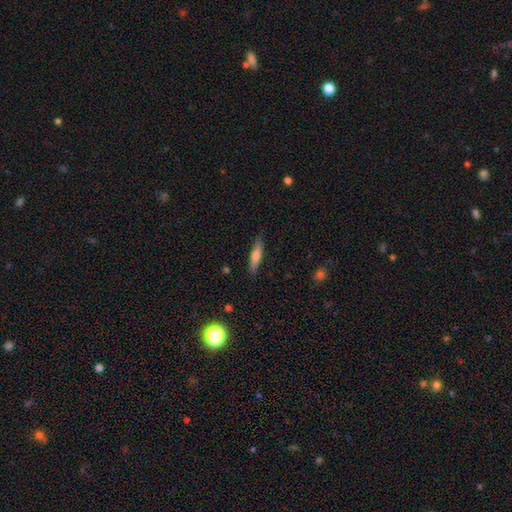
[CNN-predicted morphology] This appears to be a smooth galaxy with no disk features (67%) that is cigar-shaped (81%). Merging: none (85%).